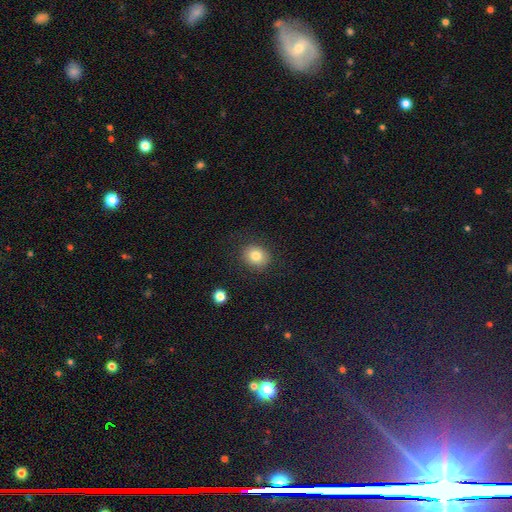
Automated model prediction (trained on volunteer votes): Smooth or featured? smooth (81%)
How rounded? round (67%)
Merging? none (85%)